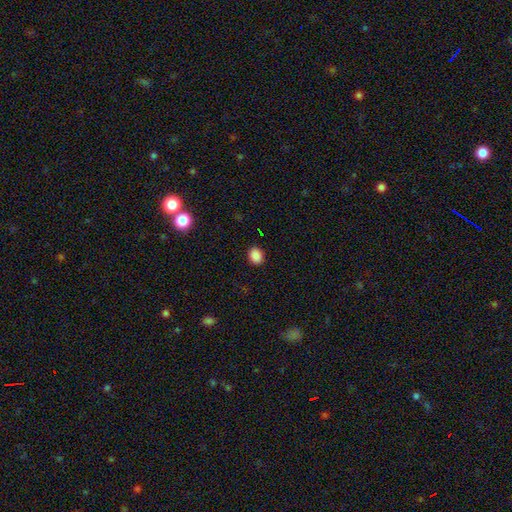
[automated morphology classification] Overall: smooth (87%). How rounded: round (53%; in between 46%). Merging: none (90%).